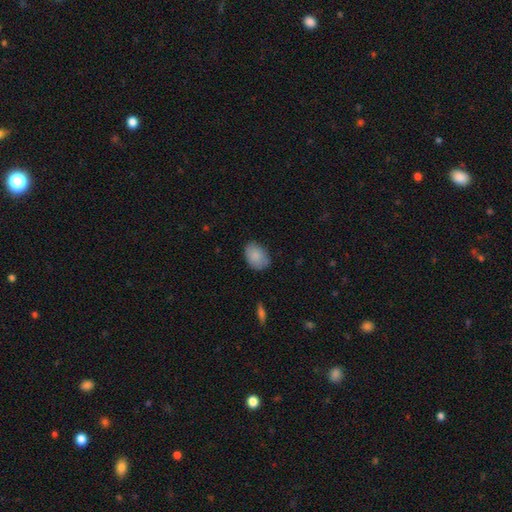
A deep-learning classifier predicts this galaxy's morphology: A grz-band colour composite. It shows a smooth galaxy with no disk features (87%) that is in between round and cigar-shaped (80%). Merging: none (76%).